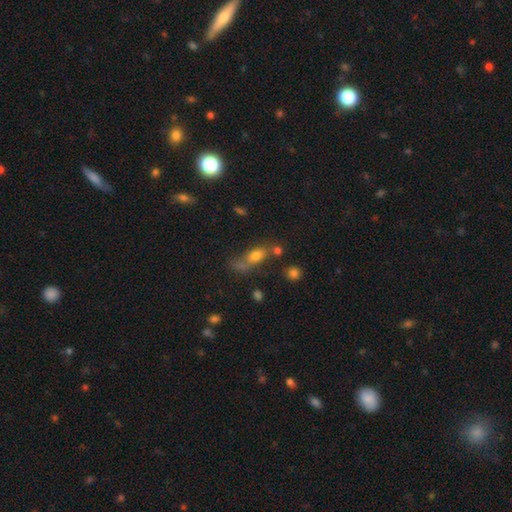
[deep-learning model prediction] A smooth galaxy with no disk features (68%) that is in between round and cigar-shaped (67%).

Vote fractions:
- Smooth or featured? smooth: 68% / featured or disk: 17% / star or artifact: 15%
- How rounded? in between: 67% / cigar-shaped: 18% / round: 15%
- Merging? none: 39% / merger: 25% / minor disturbance: 19% / major disturbance: 17%